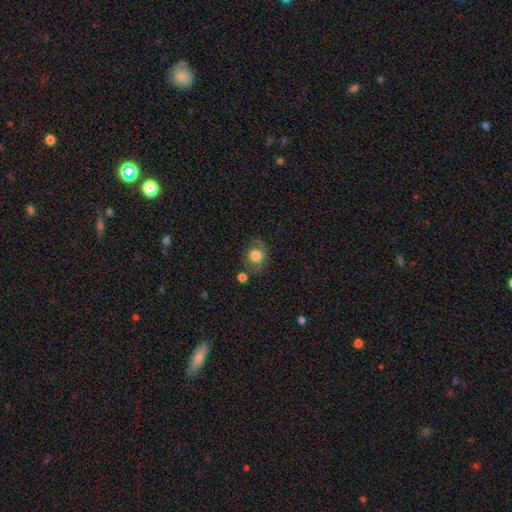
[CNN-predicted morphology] Smooth or featured? smooth (67%)
How rounded? round (72%)
Merging? none (55%)